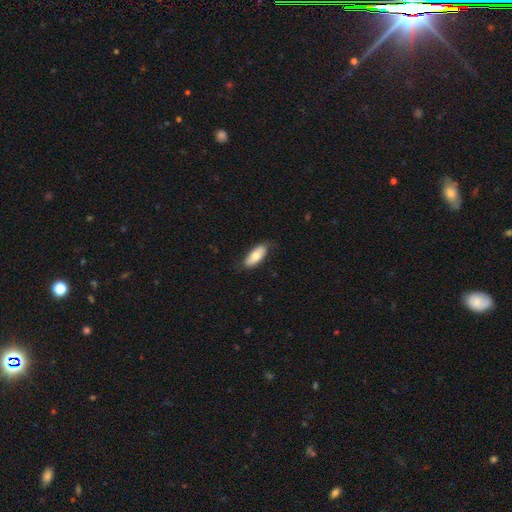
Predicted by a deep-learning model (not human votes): smooth-or-featured: smooth: 74% | featured or disk: 20% | star or artifact: 6%
  how-rounded: in between: 83% | cigar-shaped: 15% | round: 2%
  merging: none: 80% | minor disturbance: 17% | major disturbance: 3% | merger: 1%